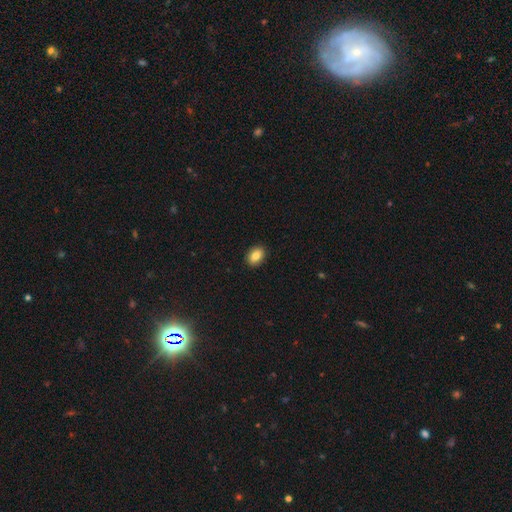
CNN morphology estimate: Smooth or featured? smooth (85%)
How rounded? in between (77%)
Merging? none (91%)